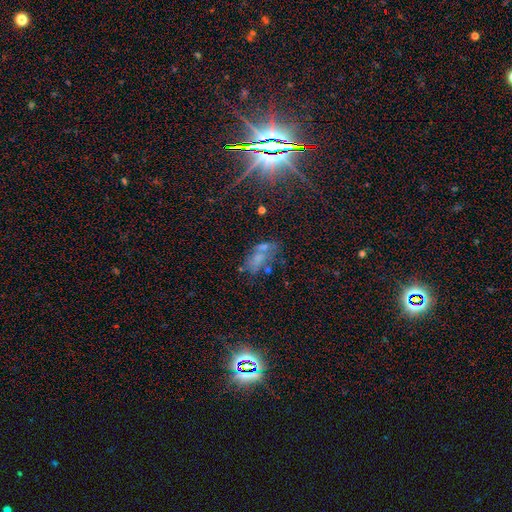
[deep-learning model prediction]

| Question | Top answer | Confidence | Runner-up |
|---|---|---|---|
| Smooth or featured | smooth | 44% | featured or disk (29%) |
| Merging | none | 42% | minor disturbance (21%) |